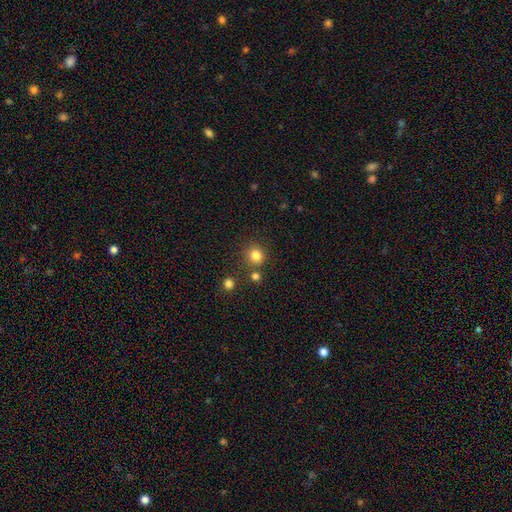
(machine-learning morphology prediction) Smooth or featured: smooth — 81% (star or artifact — 14%)
How rounded: round — 89% (in between — 10%)
Merging: none — 79% (merger — 10%)